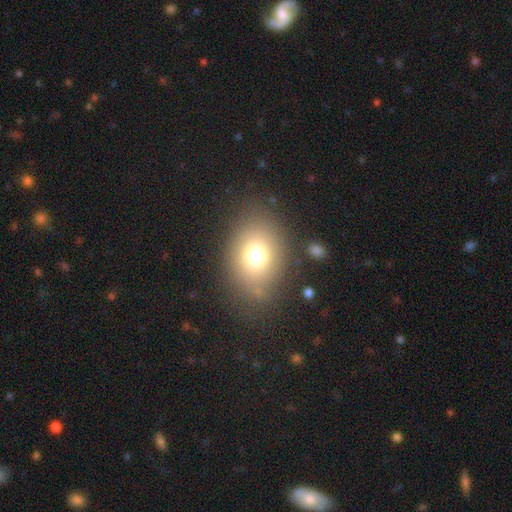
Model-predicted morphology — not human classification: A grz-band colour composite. It shows a smooth galaxy with no disk features (73%) that is in between round and cigar-shaped (56%). Merging: none (78%).